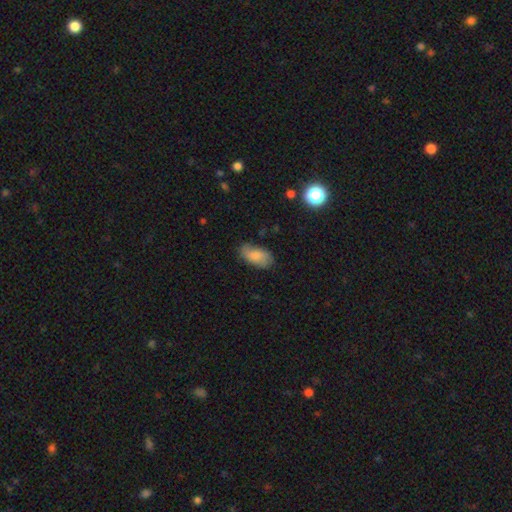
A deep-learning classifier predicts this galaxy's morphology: Overall: smooth (73%). How rounded: in between (93%). Merging: none (72%).